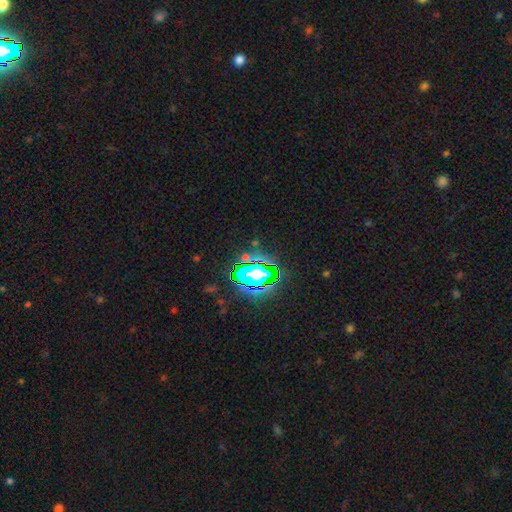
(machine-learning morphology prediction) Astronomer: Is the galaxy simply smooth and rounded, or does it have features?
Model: star or artifact — 80%.